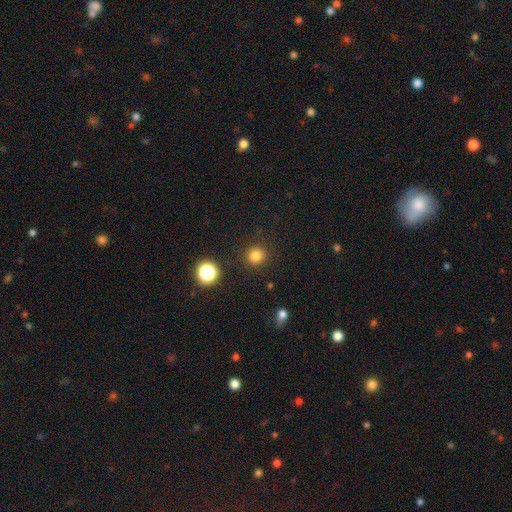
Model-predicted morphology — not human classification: smooth 81%, star or artifact 15%, featured or disk 4%. Down the decision tree: how rounded — round (93%); merging — none (91%).